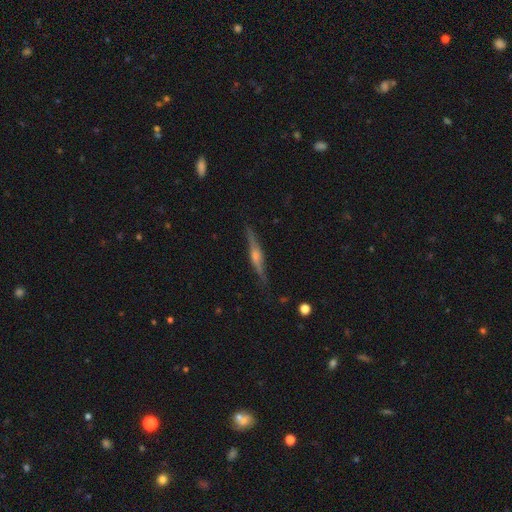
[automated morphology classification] featured or disk 80%, smooth 14%, star or artifact 6%. Down the decision tree: edge-on disk — yes (97%); edge-on bulge — rounded (83%); merging — none (85%).